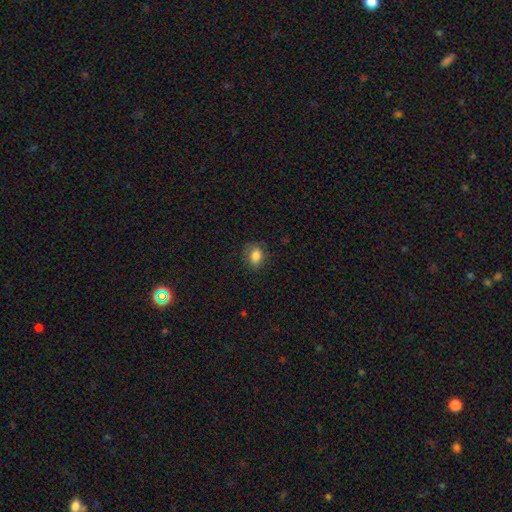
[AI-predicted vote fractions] Smooth or featured: smooth — 84% (star or artifact — 10%)
How rounded: in between — 62% (round — 37%)
Merging: none — 79% (minor disturbance — 16%)